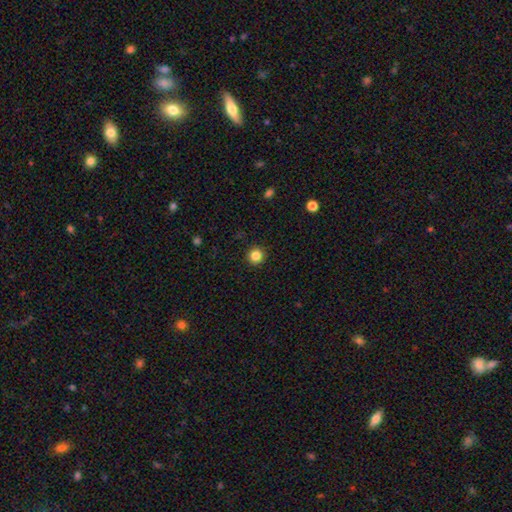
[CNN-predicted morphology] Q: Smooth or featured?
A: smooth (84%); runner-up: star or artifact (11%)
Q: How rounded?
A: round (95%); runner-up: in between (4%)
Q: Merging?
A: none (93%); runner-up: minor disturbance (5%)